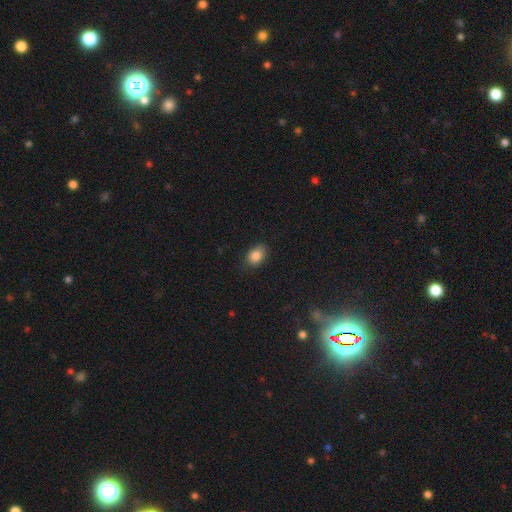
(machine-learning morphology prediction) type=smooth (86%); roundness=in between (79%); merging=none (77%).